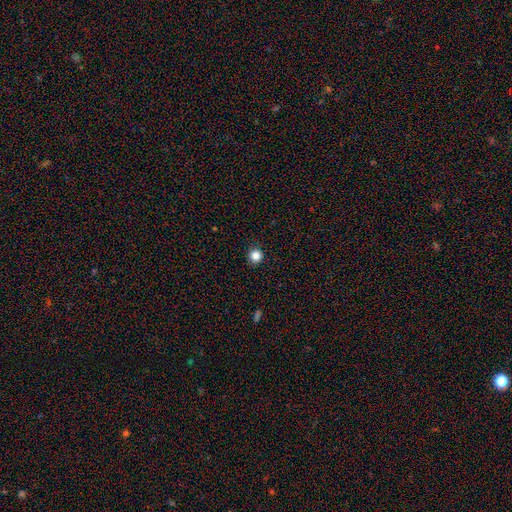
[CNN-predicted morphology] This is clearly a smooth galaxy (84%). How rounded: clearly round (94%). Merging: clearly none (92%).